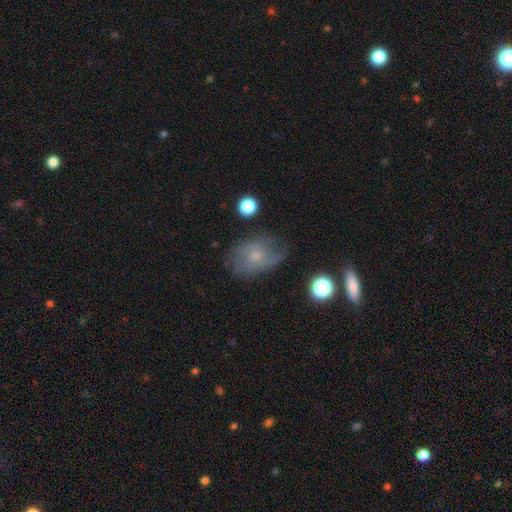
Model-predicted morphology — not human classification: Smooth or featured: featured or disk — 57% (smooth — 32%)
Edge-on disk: no — 96% (yes — 4%)
Bar: no — 75% (weak — 22%)
Spiral arms: yes — 82% (no — 18%)
Bulge size: small — 71% (moderate — 20%)
Merging: none — 56% (minor disturbance — 26%)